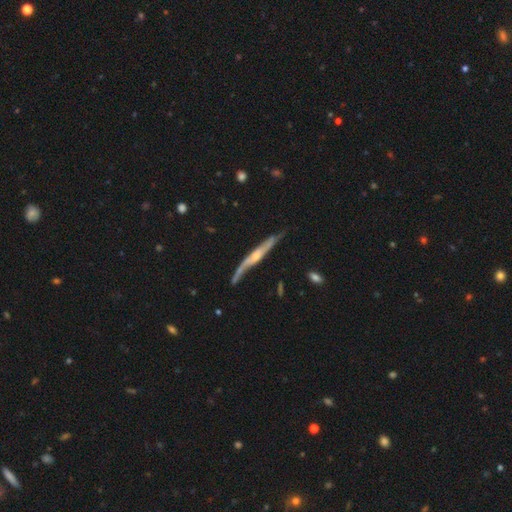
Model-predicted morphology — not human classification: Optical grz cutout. It shows a featured or disk galaxy (73%) viewed edge-on (84%) with a rounded central bulge (56%). Merging: none (59%).